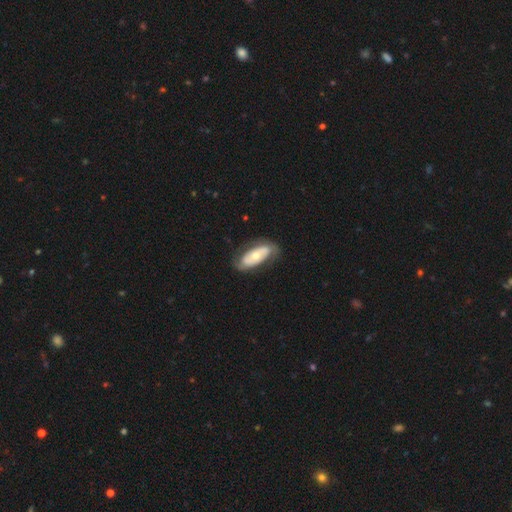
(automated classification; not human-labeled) featured or disk 58%, smooth 37%, star or artifact 5%. Down the decision tree: edge-on disk — no (89%); bar — no (77%); spiral arms — yes (57%); bulge size — moderate (56%); merging — none (73%).